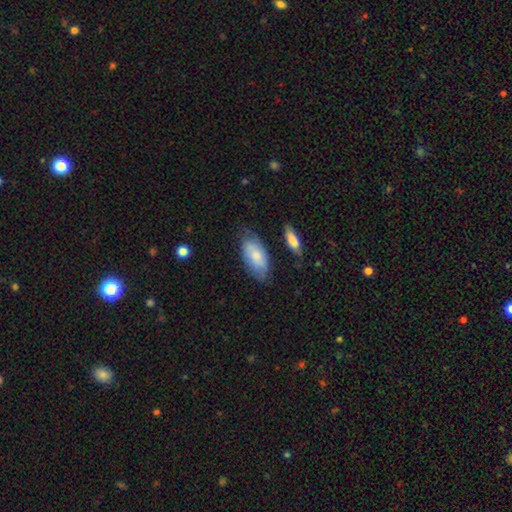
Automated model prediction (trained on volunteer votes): Smooth or featured: smooth — 69% (featured or disk — 26%)
How rounded: in between — 91% (cigar-shaped — 6%)
Merging: none — 64% (minor disturbance — 25%)